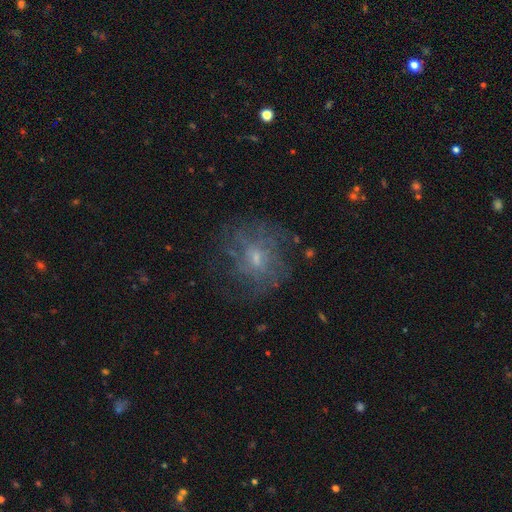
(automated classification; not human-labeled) This is possibly a featured or disk galaxy (58%). It is clearly not viewed edge-on (97%). Bar: likely no (65%). Spiral arm pattern: possibly yes (59%). Central bulge: likely small (63%). Merging: likely none (68%).